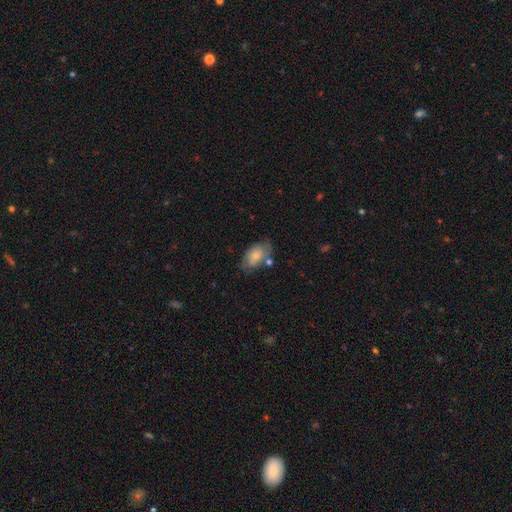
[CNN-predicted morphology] A smooth galaxy with no disk features (58%) that is in between round and cigar-shaped (88%).

Vote fractions:
- Smooth or featured? smooth: 58% / featured or disk: 35% / star or artifact: 7%
- How rounded? in between: 88% / round: 10% / cigar-shaped: 2%
- Merging? none: 57% / minor disturbance: 25% / merger: 10% / major disturbance: 9%